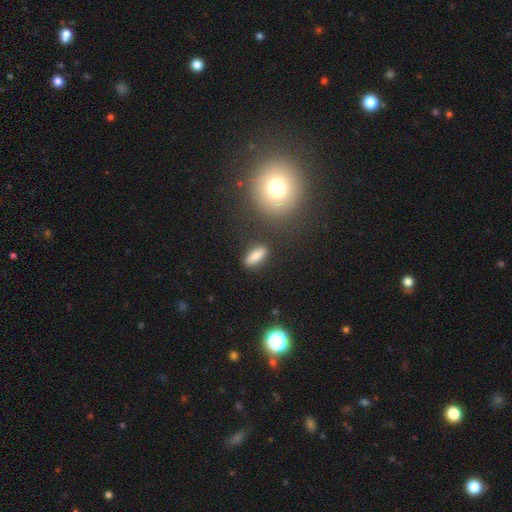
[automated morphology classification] smooth 82%, featured or disk 9%, star or artifact 8%. Down the decision tree: how rounded — in between (65%); merging — none (85%).